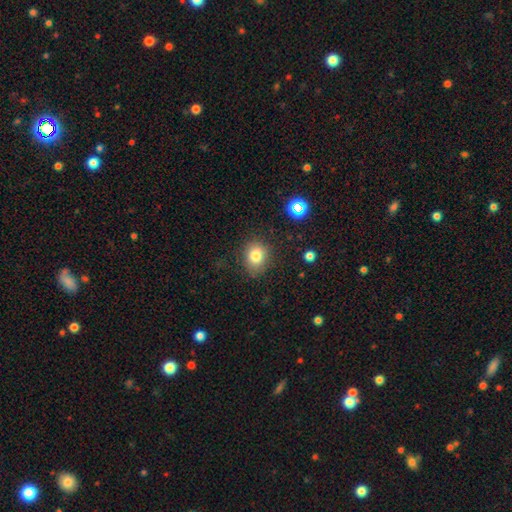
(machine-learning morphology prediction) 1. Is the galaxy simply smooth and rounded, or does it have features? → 80% smooth, 12% star or artifact, 8% featured or disk.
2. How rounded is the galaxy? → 61% round, 38% in between, 1% cigar-shaped.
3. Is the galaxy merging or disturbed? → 81% none, 13% minor disturbance, 4% major disturbance, 2% merger.